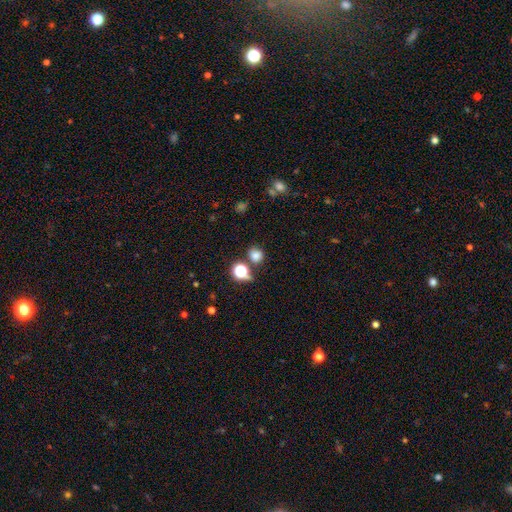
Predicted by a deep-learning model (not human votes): smooth 75%, star or artifact 19%, featured or disk 6%. Down the decision tree: how rounded — round (80%); merging — none (75%).